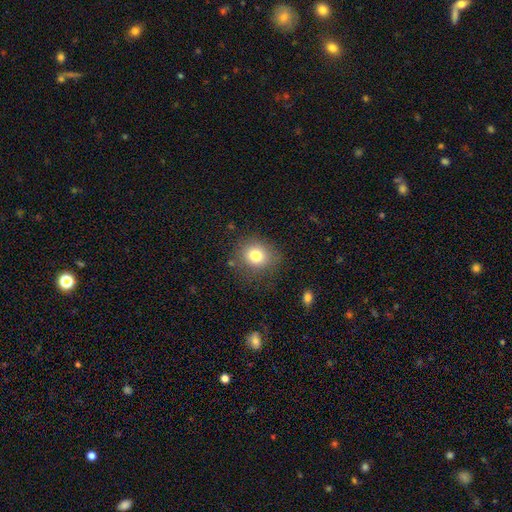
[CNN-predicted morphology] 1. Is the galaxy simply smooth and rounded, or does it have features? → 78% smooth, 12% star or artifact, 10% featured or disk.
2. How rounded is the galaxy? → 77% round, 22% in between, 1% cigar-shaped.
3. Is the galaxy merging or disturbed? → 79% none, 14% minor disturbance, 5% major disturbance, 2% merger.